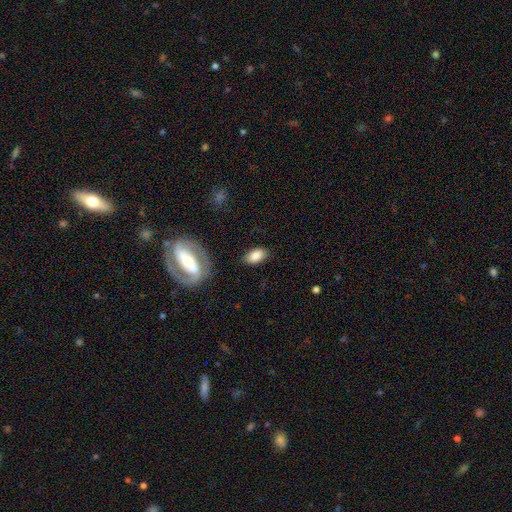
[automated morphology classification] smooth 81%, featured or disk 12%, star or artifact 8%. Down the decision tree: how rounded — in between (92%); merging — none (78%).